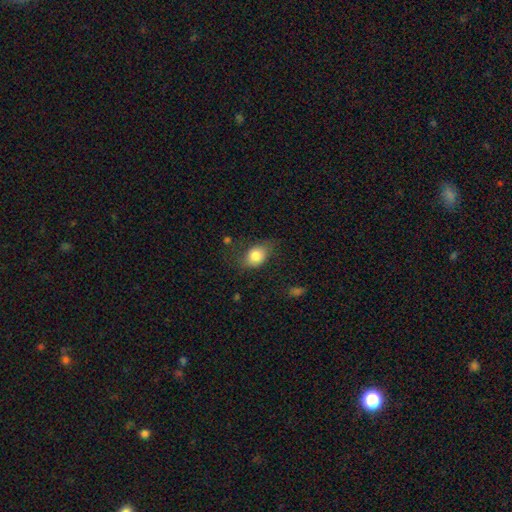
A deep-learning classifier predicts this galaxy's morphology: Q: Smooth or featured?
A: smooth (81%); runner-up: featured or disk (11%)
Q: How rounded?
A: in between (70%); runner-up: round (29%)
Q: Merging?
A: none (63%); runner-up: minor disturbance (24%)